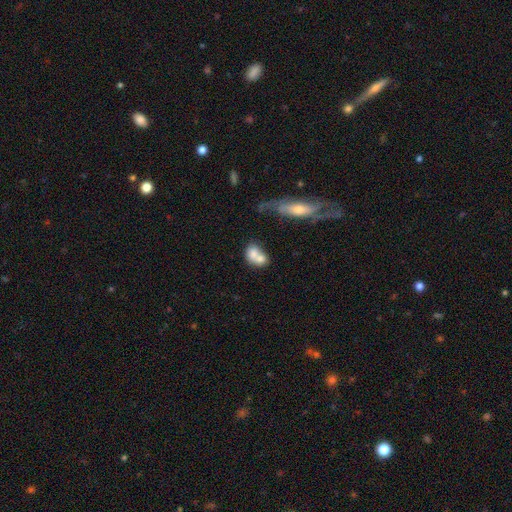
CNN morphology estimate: A smooth galaxy with no disk features (70%) that is in between round and cigar-shaped (62%).

Vote fractions:
- Smooth or featured? smooth: 70% / featured or disk: 22% / star or artifact: 8%
- How rounded? in between: 62% / round: 36% / cigar-shaped: 3%
- Merging? merger: 66% / none: 20% / minor disturbance: 8% / major disturbance: 6%